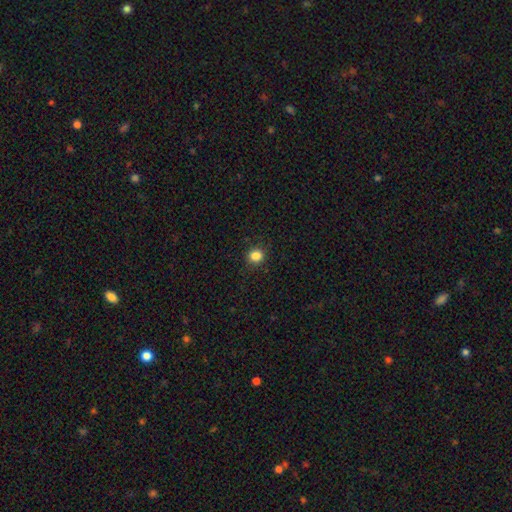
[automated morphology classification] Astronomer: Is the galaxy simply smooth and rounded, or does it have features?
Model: smooth — 85%.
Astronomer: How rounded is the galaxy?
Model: round — 80%.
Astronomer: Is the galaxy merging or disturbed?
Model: none — 90%.